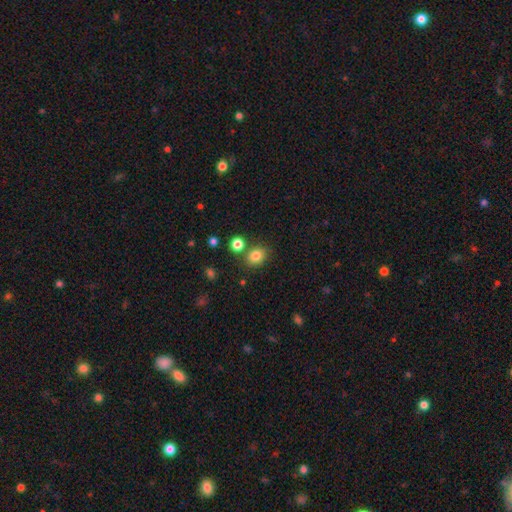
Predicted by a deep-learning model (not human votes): Smooth or featured? Predicted: smooth (p=0.82). How rounded? Predicted: round (p=0.61). Merging? Predicted: none (p=0.75).